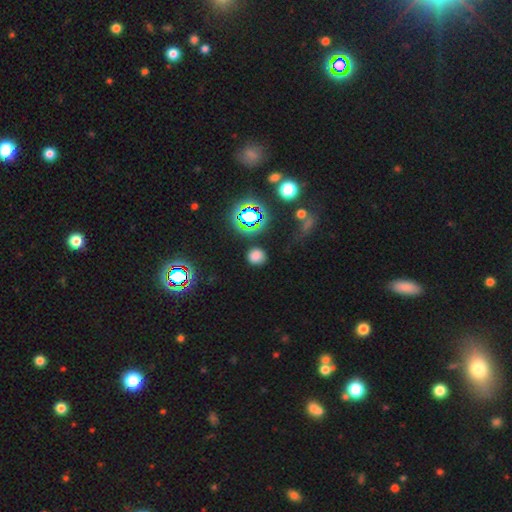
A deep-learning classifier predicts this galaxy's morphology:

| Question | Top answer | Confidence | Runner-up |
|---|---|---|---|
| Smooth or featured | smooth | 70% | star or artifact (23%) |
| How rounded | round | 86% | in between (13%) |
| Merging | none | 83% | minor disturbance (10%) |